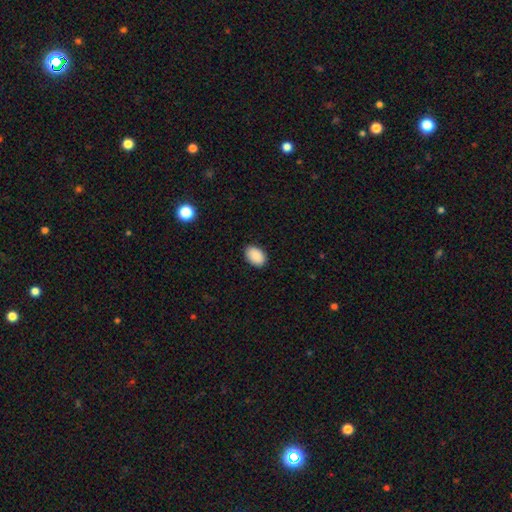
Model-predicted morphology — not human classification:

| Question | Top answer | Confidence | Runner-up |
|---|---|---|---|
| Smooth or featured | smooth | 91% | star or artifact (7%) |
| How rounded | in between | 87% | round (12%) |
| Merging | none | 89% | minor disturbance (9%) |